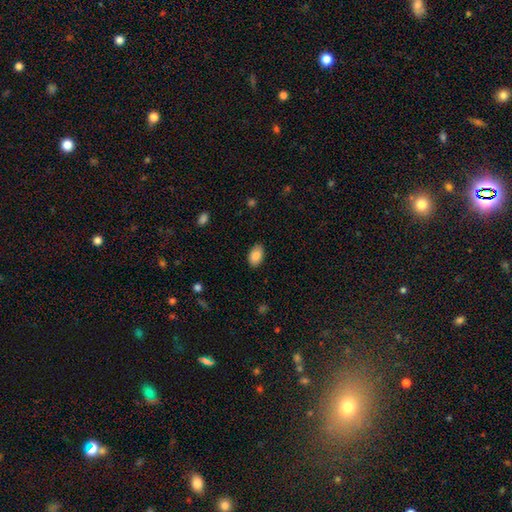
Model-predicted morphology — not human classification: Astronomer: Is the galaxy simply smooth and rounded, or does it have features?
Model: smooth — 85%.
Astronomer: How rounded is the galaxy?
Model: in between — 91%.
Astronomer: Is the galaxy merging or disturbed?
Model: none — 87%.